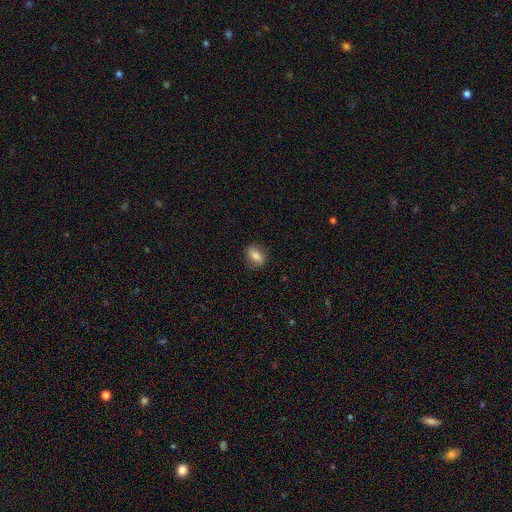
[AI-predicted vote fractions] smooth_or_featured: smooth (p=0.72) [alt: featured or disk p=0.20]
how_rounded: in between (p=0.73) [alt: round p=0.19]
merging: none (p=0.83) [alt: minor disturbance p=0.13]